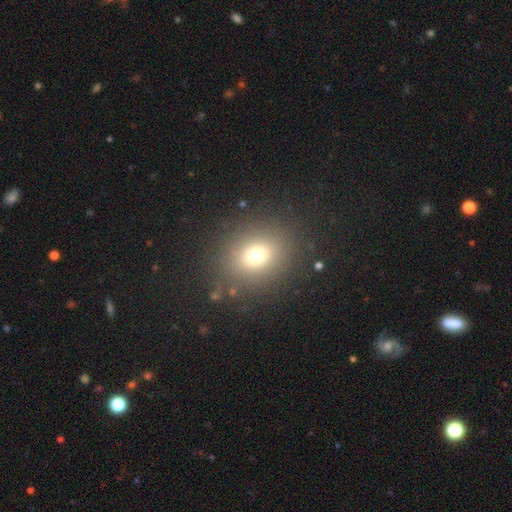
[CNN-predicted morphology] Smooth or featured? Predicted: smooth (p=0.71). How rounded? Predicted: round (p=0.65). Merging? Predicted: none (p=0.85).